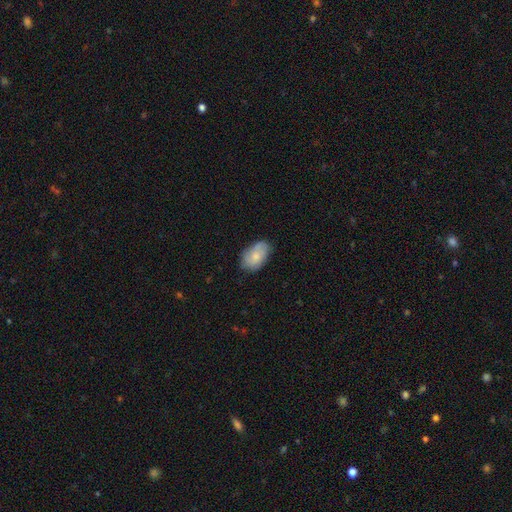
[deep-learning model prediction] smooth-or-featured: smooth: 75% | featured or disk: 19% | star or artifact: 6%
  how-rounded: in between: 92% | round: 7% | cigar-shaped: 1%
  merging: none: 69% | minor disturbance: 25% | major disturbance: 5% | merger: 2%